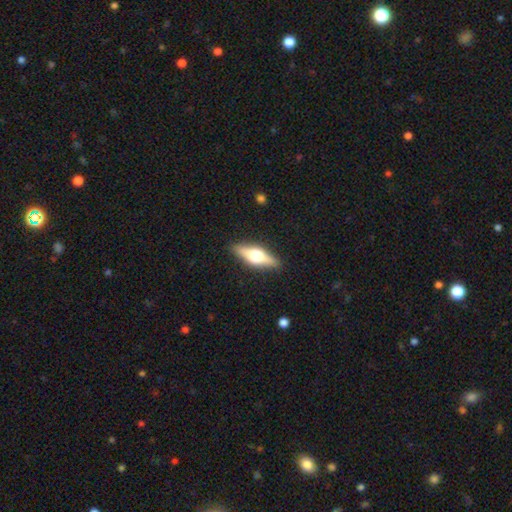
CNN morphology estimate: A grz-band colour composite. It shows a featured or disk galaxy (56%) viewed edge-on (93%) with a rounded central bulge (95%). Merging: none (89%).